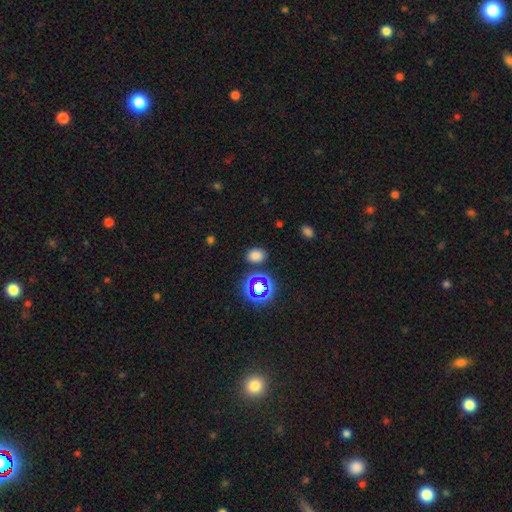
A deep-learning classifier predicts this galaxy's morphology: smooth-or-featured: smooth: 73% | star or artifact: 22% | featured or disk: 6%
  how-rounded: in between: 68% | round: 31% | cigar-shaped: 1%
  merging: none: 82% | minor disturbance: 11% | merger: 4% | major disturbance: 3%